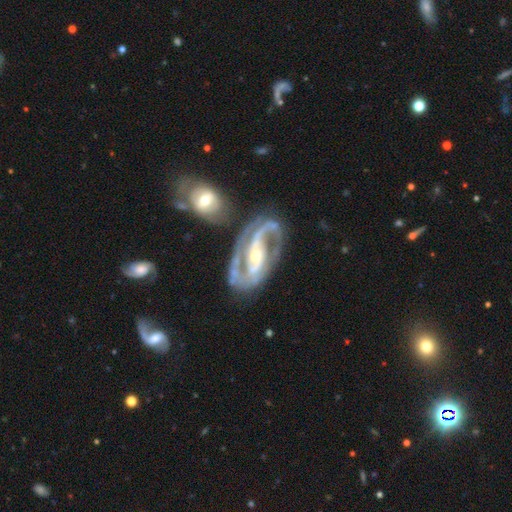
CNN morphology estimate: type=featured or disk (91%); edge-on=no (96%); bar=strong (49%); spiral arms=yes (96%); winding=medium (54%); arm count=2 (88%); bulge=small (53%); merging=none (62%).